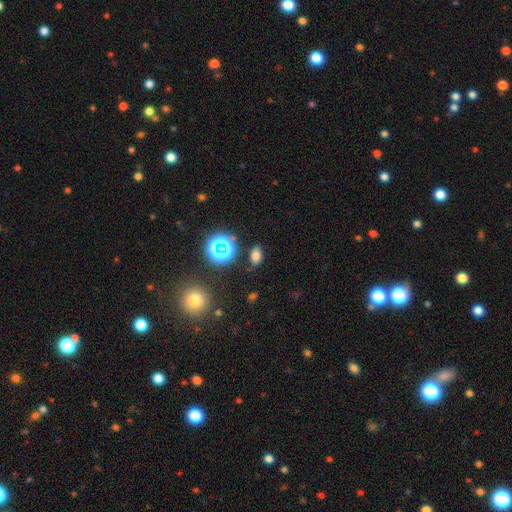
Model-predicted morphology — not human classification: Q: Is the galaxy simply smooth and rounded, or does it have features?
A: smooth — 69%.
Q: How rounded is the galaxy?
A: in between — 84%.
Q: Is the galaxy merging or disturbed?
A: none — 83%.